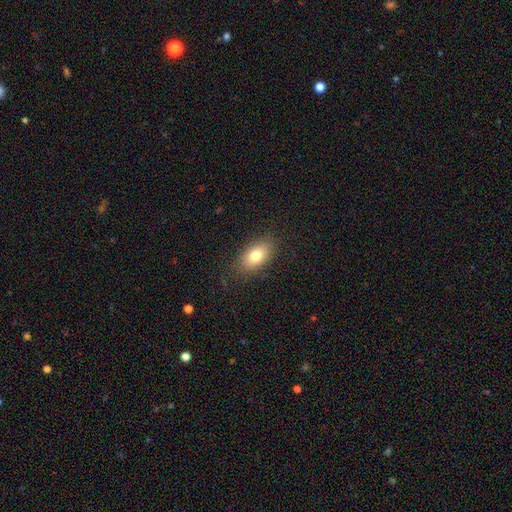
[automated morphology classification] A smooth galaxy with no disk features (78%) that is in between round and cigar-shaped (89%). Merging: none (85%).